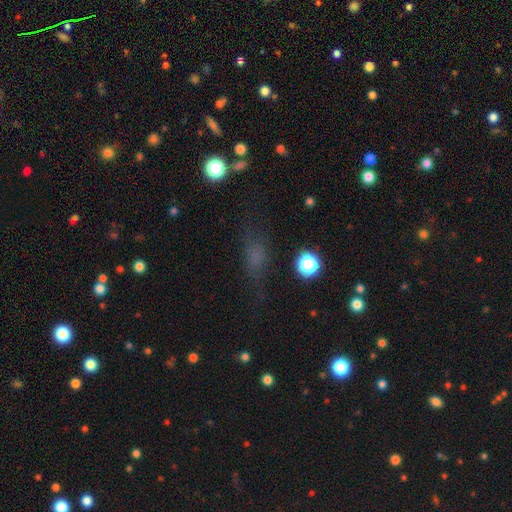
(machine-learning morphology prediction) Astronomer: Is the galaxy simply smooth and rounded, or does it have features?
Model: smooth — 59%.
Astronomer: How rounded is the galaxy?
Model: in between — 60%.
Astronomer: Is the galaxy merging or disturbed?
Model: none — 63%.